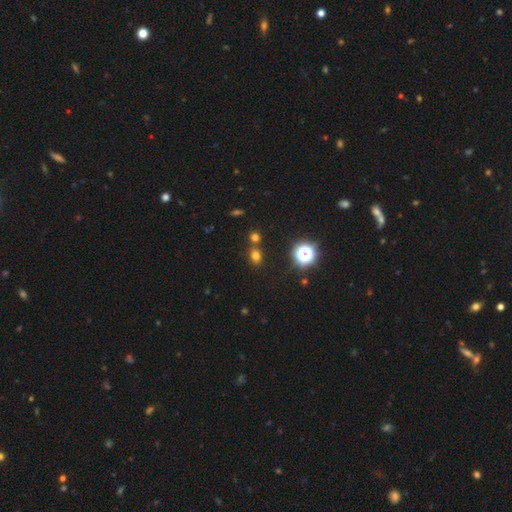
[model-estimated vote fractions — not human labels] Overall: smooth (68%). How rounded: round (55%; in between 43%). Merging: none (68%).